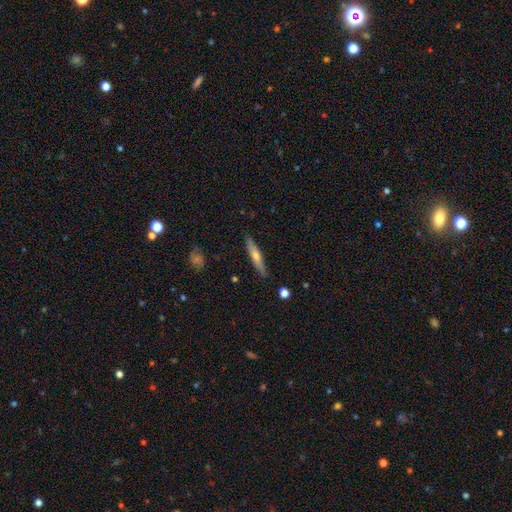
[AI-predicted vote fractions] Overall: smooth (48%; featured or disk 46%). Merging: none (89%).